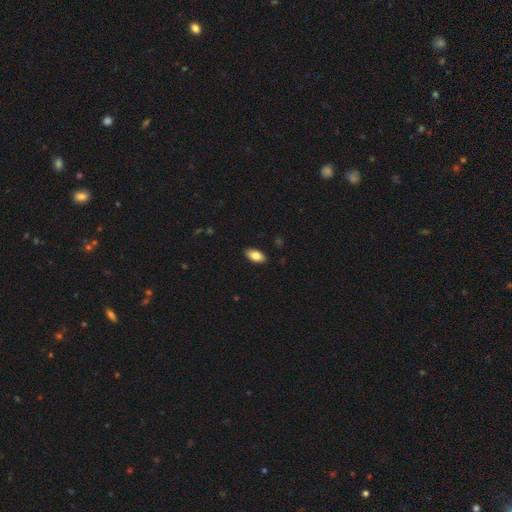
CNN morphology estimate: A smooth galaxy with no disk features (82%) that is in between round and cigar-shaped (93%). Merging: none (89%).